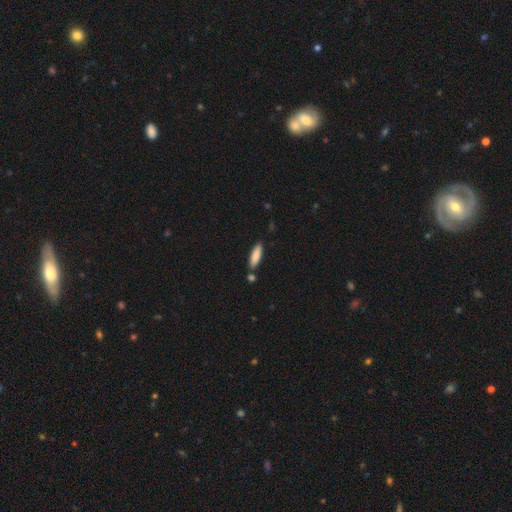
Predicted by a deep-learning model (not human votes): smooth_or_featured: smooth (p=0.85) [alt: featured or disk p=0.09]
how_rounded: cigar-shaped (p=0.61) [alt: in between p=0.38]
merging: none (p=0.77) [alt: minor disturbance p=0.12]